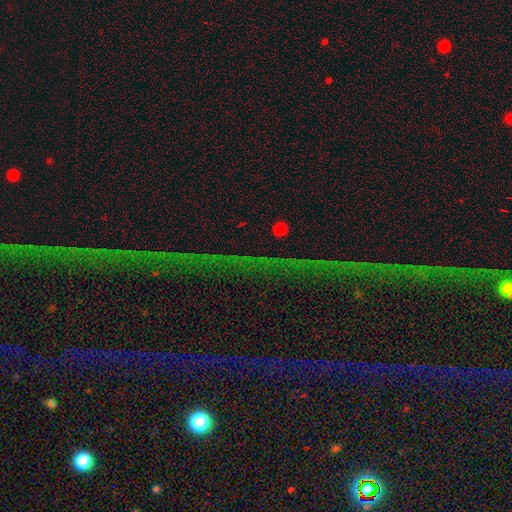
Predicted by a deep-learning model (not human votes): A star or artifact, not a galaxy (70%).

Vote fractions:
- Smooth or featured? star or artifact: 70% / smooth: 16% / featured or disk: 13%